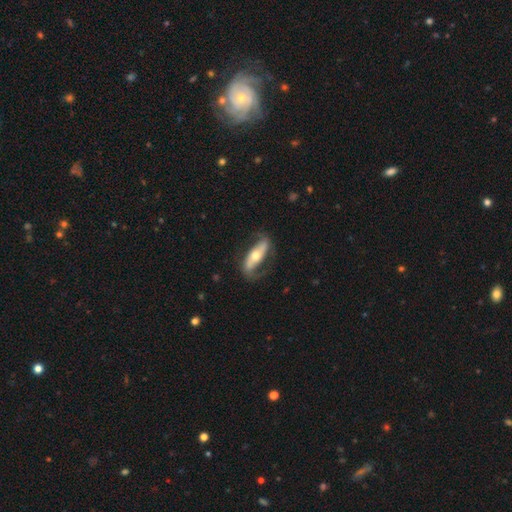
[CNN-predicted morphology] The model was most divided on "bar": strong: 42%, no: 39%, weak: 19%. More confident: spiral arms — yes (79%); edge-on disk — no (76%); smooth or featured — featured or disk (70%); bulge size — moderate (68%); merging — none (67%).